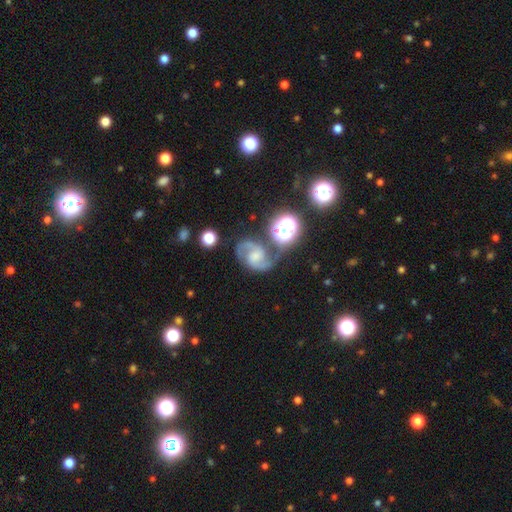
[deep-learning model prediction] smooth_or_featured: featured or disk (p=0.83) [alt: star or artifact p=0.09]
disk_edge_on: no (p=0.98) [alt: yes p=0.02]
bar: weak (p=0.45) [alt: no p=0.42]
has_spiral_arms: yes (p=0.97) [alt: no p=0.03]
spiral_winding: medium (p=0.60) [alt: loose p=0.22]
spiral_arm_count: 2 (p=0.92) [alt: can't tell p=0.03]
bulge_size: moderate (p=0.35) [alt: small p=0.31]
merging: none (p=0.60) [alt: minor disturbance p=0.18]